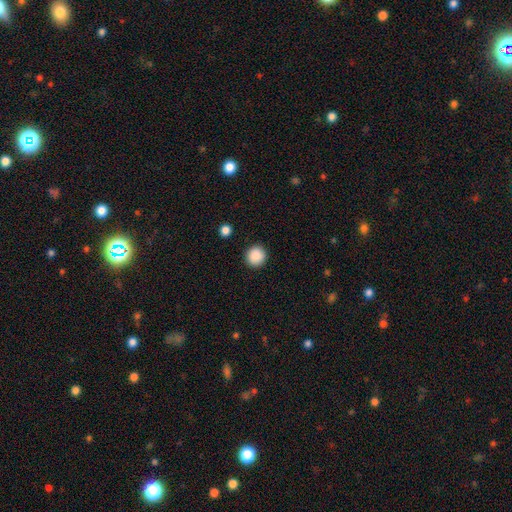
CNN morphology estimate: A smooth galaxy with no disk features (89%) that is round (93%).

Vote fractions:
- Smooth or featured? smooth: 89% / star or artifact: 9% / featured or disk: 3%
- How rounded? round: 93% / in between: 6% / cigar-shaped: 1%
- Merging? none: 91% / minor disturbance: 6% / major disturbance: 2% / merger: 1%